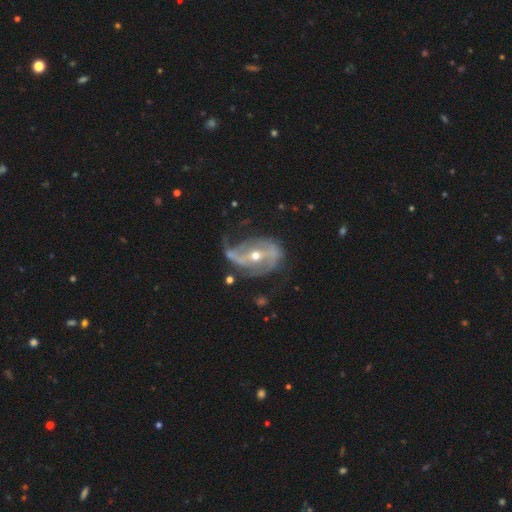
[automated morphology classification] Q: Smooth or featured?
A: featured or disk (87%); runner-up: smooth (7%)
Q: Edge-on disk?
A: no (96%); runner-up: yes (4%)
Q: Bar?
A: strong (50%); runner-up: weak (31%)
Q: Spiral arms?
A: yes (91%); runner-up: no (9%)
Q: Spiral winding?
A: loose (46%); runner-up: medium (37%)
Q: Spiral arm count?
A: 2 (73%); runner-up: 1 (9%)
Q: Bulge size?
A: moderate (53%); runner-up: small (44%)
Q: Merging?
A: none (42%); runner-up: minor disturbance (28%)